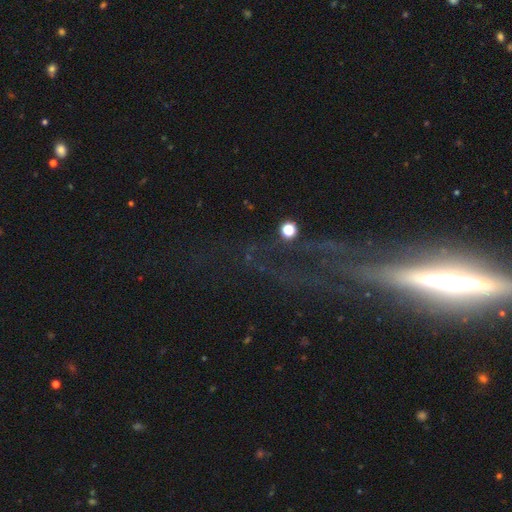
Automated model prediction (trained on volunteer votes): Overall: featured or disk (65%). Edge-on disk: yes (67%; no 33%). Merging: none (49%; major disturbance 28%).